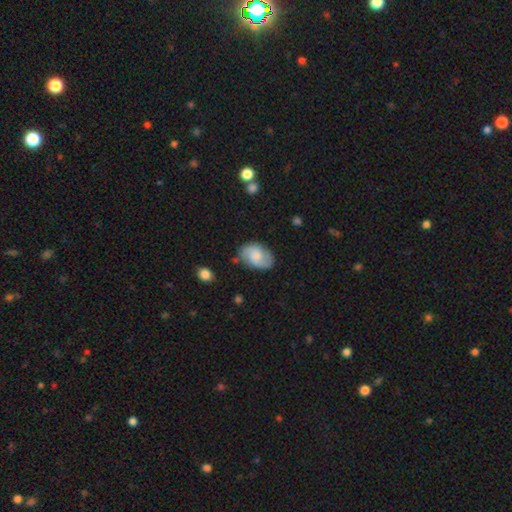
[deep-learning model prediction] Smooth or featured: smooth — 52% (featured or disk — 41%)
How rounded: in between — 86% (round — 12%)
Merging: none — 71% (minor disturbance — 21%)